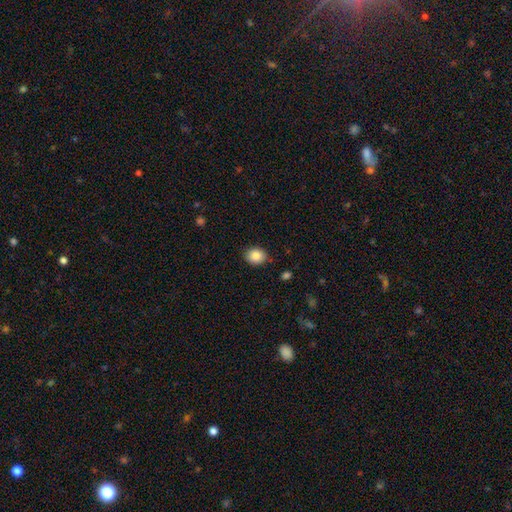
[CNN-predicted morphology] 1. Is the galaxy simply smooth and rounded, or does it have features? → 87% smooth, 8% star or artifact, 5% featured or disk.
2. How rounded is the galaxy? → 60% round, 39% in between, 1% cigar-shaped.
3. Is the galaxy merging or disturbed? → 87% none, 9% minor disturbance, 2% major disturbance, 1% merger.